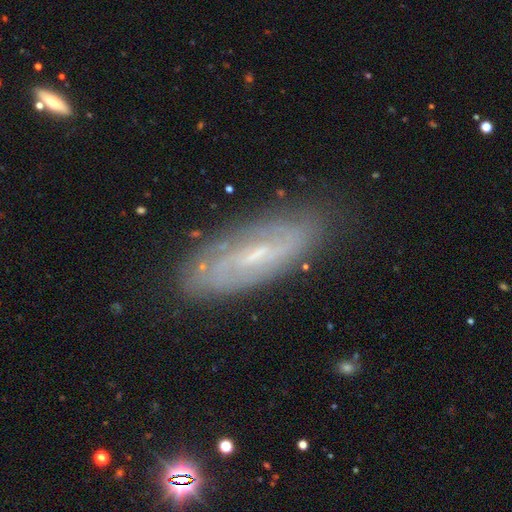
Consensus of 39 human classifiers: smooth_or_featured: featured or disk (p=0.92) [alt: smooth p=0.08]
disk_edge_on: no (p=0.83) [alt: yes p=0.17]
bar: weak (p=0.70) [alt: no p=0.20]
has_spiral_arms: yes (p=0.93) [alt: no p=0.07]
spiral_winding: tight (p=0.54) [alt: medium p=0.36]
spiral_arm_count: 2 (p=0.54) [alt: can't tell p=0.43]
bulge_size: small (p=0.43) [alt: moderate p=0.37]
merging: none (p=0.90) [alt: minor disturbance p=0.05]